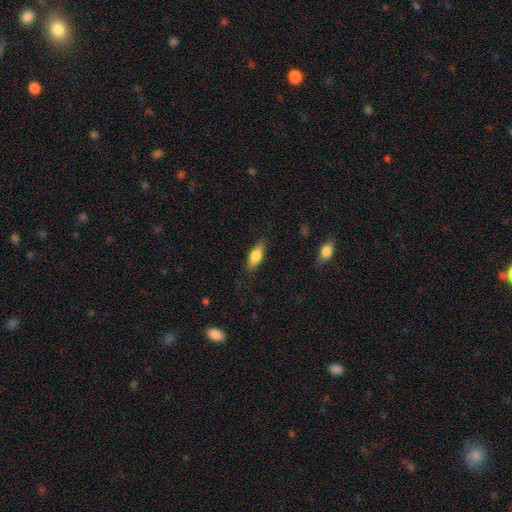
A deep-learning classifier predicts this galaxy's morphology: A smooth galaxy with no disk features (75%) that is in between round and cigar-shaped (67%).

Vote fractions:
- Smooth or featured? smooth: 75% / featured or disk: 19% / star or artifact: 6%
- How rounded? in between: 67% / cigar-shaped: 31% / round: 3%
- Merging? none: 83% / minor disturbance: 13% / major disturbance: 3% / merger: 1%